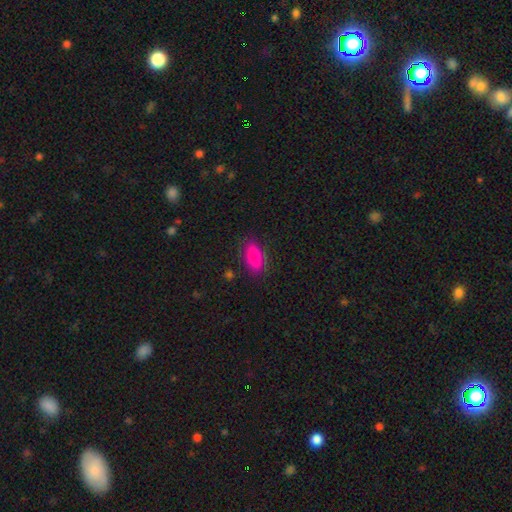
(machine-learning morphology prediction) Smooth or featured? smooth (81%)
How rounded? in between (86%)
Merging? none (80%)